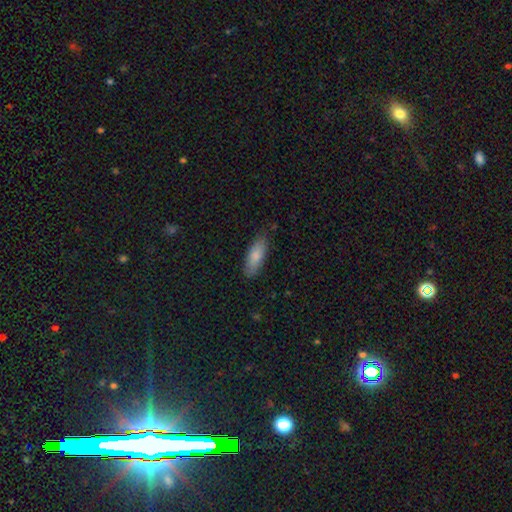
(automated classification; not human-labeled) Q: Smooth or featured?
A: smooth (82%); runner-up: featured or disk (13%)
Q: How rounded?
A: in between (65%); runner-up: cigar-shaped (33%)
Q: Merging?
A: none (82%); runner-up: minor disturbance (14%)